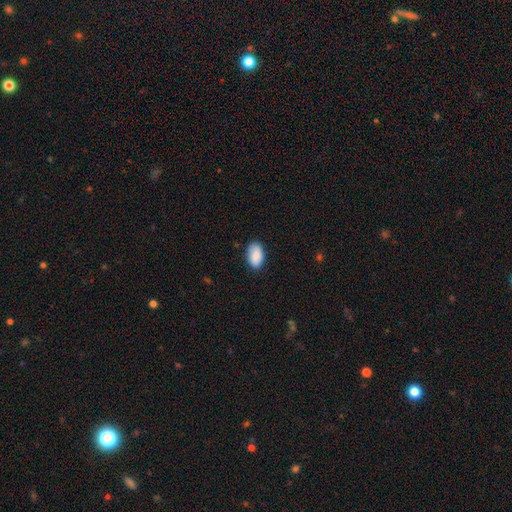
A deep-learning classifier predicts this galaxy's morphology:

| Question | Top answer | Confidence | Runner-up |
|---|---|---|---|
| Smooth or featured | smooth | 89% | star or artifact (6%) |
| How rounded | in between | 94% | round (4%) |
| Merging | none | 83% | minor disturbance (13%) |